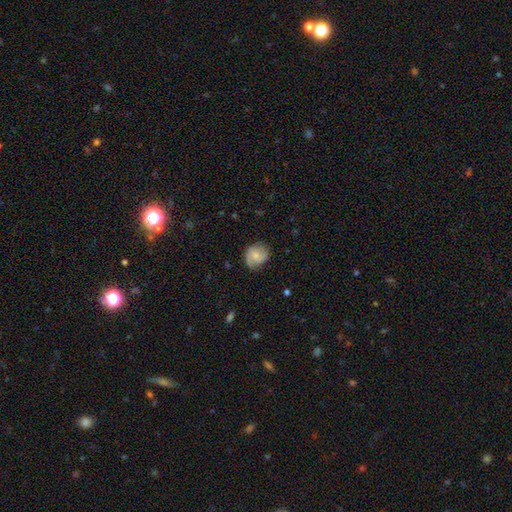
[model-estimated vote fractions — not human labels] A smooth galaxy with no disk features (47%).

Vote fractions:
- Smooth or featured? smooth: 47% / featured or disk: 46% / star or artifact: 7%
- Merging? none: 66% / minor disturbance: 25% / major disturbance: 8% / merger: 1%